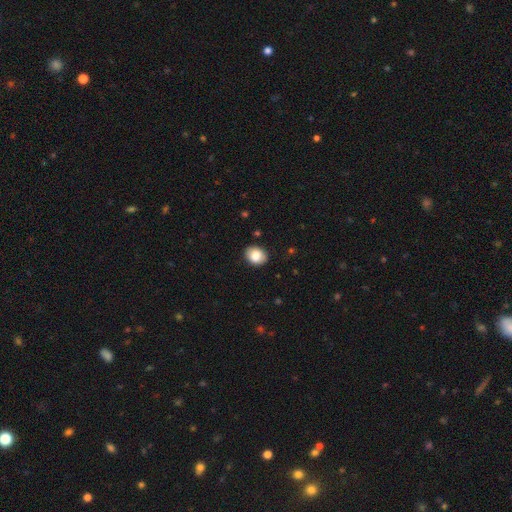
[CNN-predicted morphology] Smooth or featured?
  - smooth: 84% *
  - featured or disk: 9%
  - star or artifact: 8%
How rounded?
  - in between: 55% *
  - round: 44%
  - cigar-shaped: 1%
Merging?
  - none: 87% *
  - minor disturbance: 10%
  - major disturbance: 2%
  - merger: 1%